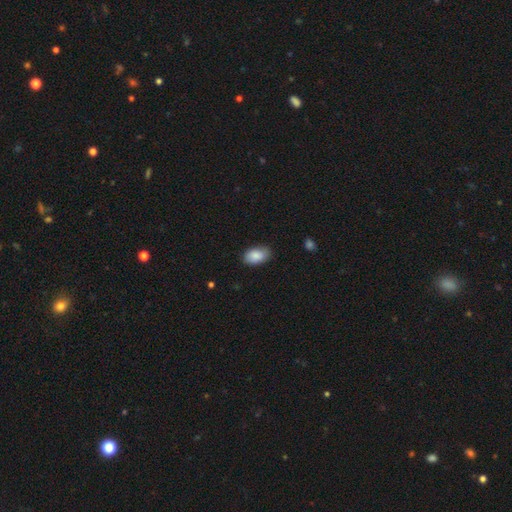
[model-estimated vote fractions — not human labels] smooth 88%, star or artifact 7%, featured or disk 6%. Down the decision tree: how rounded — in between (92%); merging — none (82%).